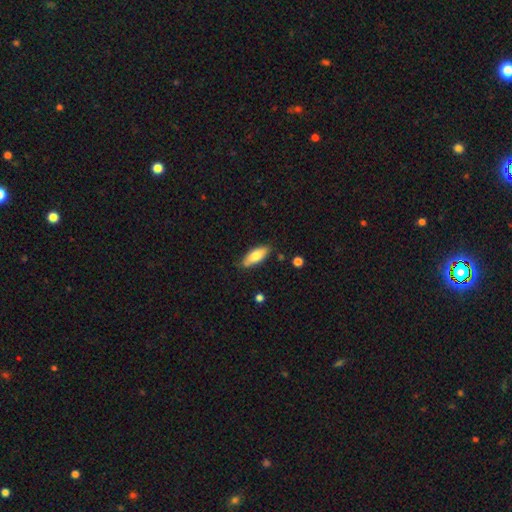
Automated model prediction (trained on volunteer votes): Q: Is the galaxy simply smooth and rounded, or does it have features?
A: smooth — 74%.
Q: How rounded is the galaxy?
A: in between — 75%.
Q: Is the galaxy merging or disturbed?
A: none — 80%.